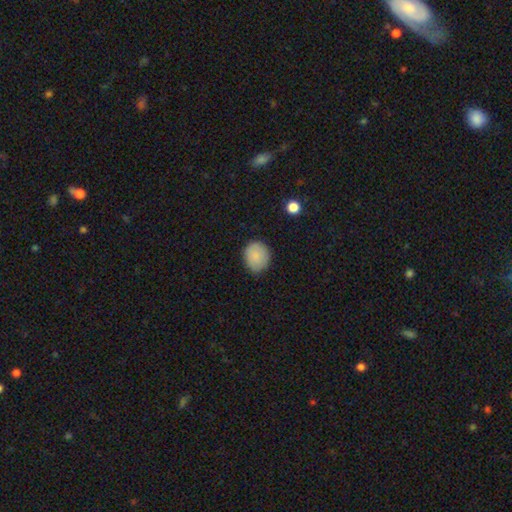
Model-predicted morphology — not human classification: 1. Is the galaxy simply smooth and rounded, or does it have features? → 86% smooth, 8% star or artifact, 7% featured or disk.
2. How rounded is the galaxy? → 69% round, 30% in between, 1% cigar-shaped.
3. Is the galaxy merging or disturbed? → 80% none, 16% minor disturbance, 3% major disturbance, 1% merger.